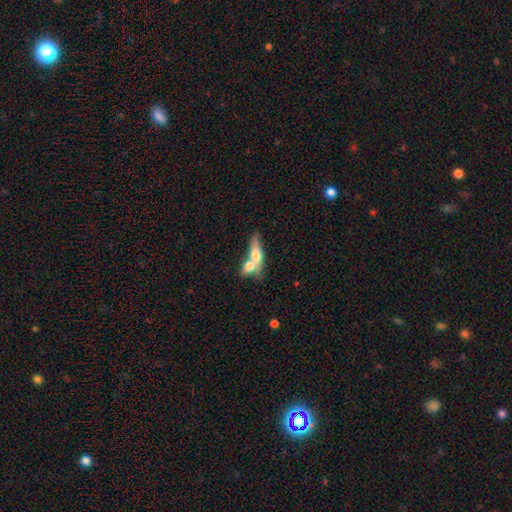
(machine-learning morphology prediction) A smooth galaxy with no disk features (62%) that is in between round and cigar-shaped (55%). Merging: merger (69%).